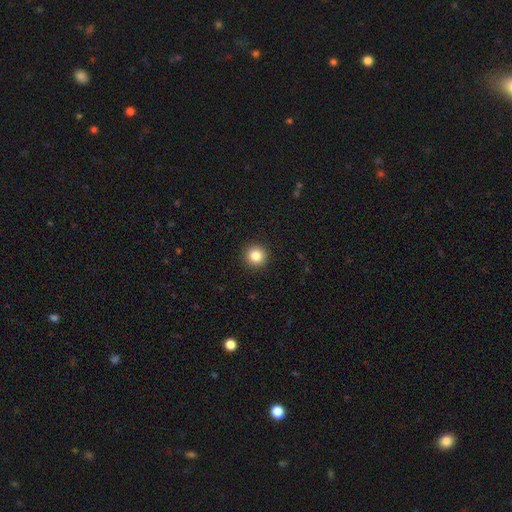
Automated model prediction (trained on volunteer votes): A smooth galaxy with no disk features (84%) that is round (95%).

Vote fractions:
- Smooth or featured? smooth: 84% / star or artifact: 11% / featured or disk: 5%
- How rounded? round: 95% / in between: 4% / cigar-shaped: 1%
- Merging? none: 93% / minor disturbance: 5% / major disturbance: 2% / merger: 1%